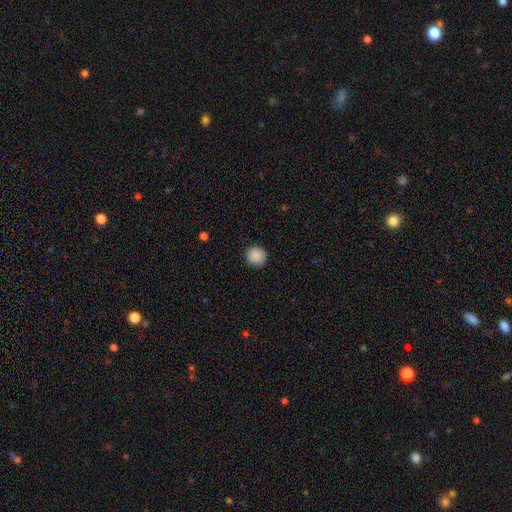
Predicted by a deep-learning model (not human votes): Smooth or featured: smooth — 89% (star or artifact — 8%)
How rounded: round — 94% (in between — 5%)
Merging: none — 90% (minor disturbance — 7%)